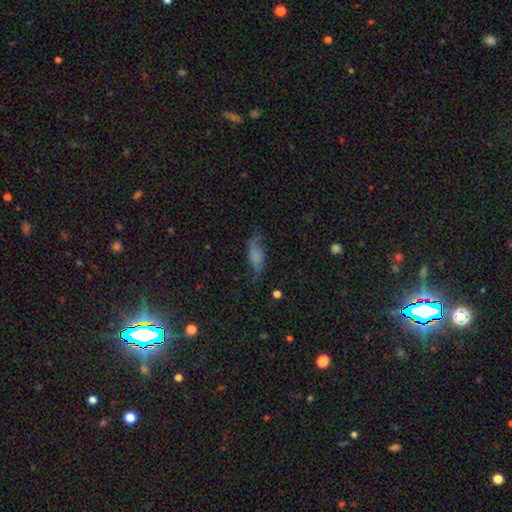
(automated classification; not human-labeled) smooth 58%, featured or disk 29%, star or artifact 13%. Down the decision tree: how rounded — in between (75%); merging — none (53%).